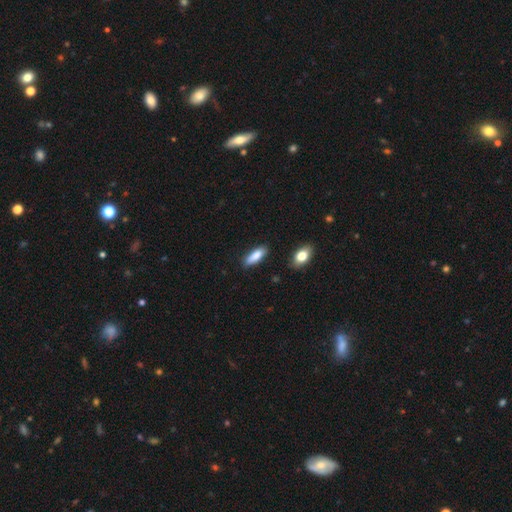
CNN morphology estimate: smooth 84%, featured or disk 9%, star or artifact 6%. Down the decision tree: how rounded — in between (59%); merging — none (82%).